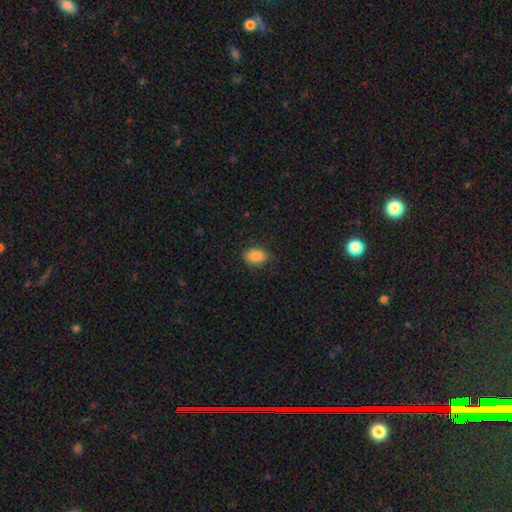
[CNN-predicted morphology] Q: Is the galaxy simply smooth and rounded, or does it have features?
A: smooth — 87%.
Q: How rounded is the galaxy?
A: in between — 83%.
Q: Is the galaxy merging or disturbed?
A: none — 81%.